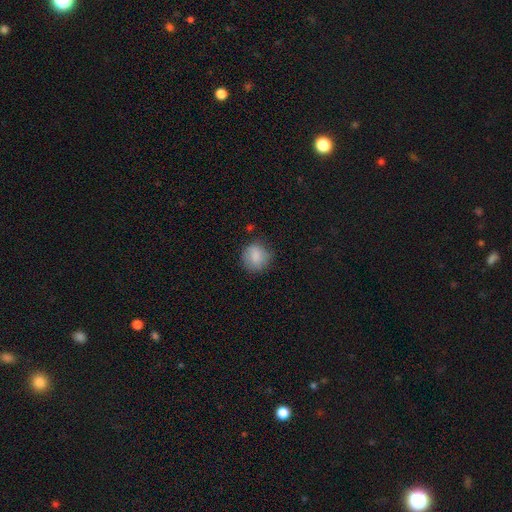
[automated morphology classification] This appears to be a smooth galaxy with no disk features (82%) that is round (83%). Merging: none (70%).